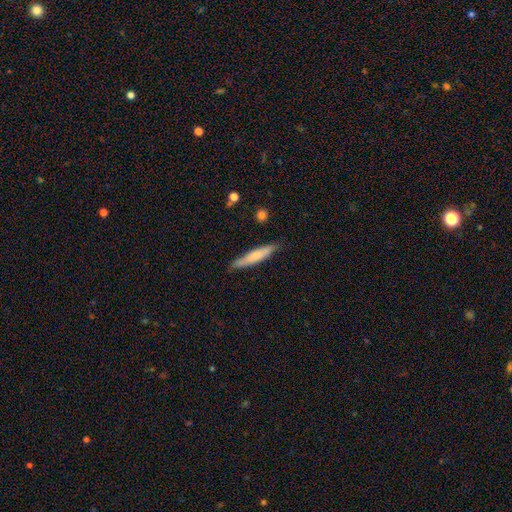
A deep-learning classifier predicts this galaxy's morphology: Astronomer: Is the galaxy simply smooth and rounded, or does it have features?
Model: smooth — 65%.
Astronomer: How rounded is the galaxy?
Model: cigar-shaped — 90%.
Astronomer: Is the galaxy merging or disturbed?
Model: none — 84%.